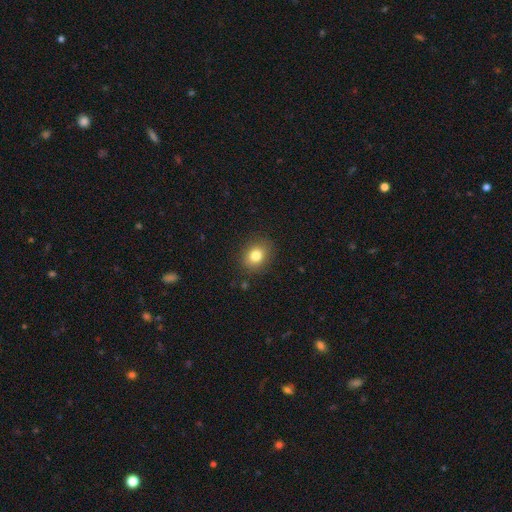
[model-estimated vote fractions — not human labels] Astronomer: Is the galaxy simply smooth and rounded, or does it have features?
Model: smooth — 81%.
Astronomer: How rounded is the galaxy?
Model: round — 53% (runner-up: in between, 46%).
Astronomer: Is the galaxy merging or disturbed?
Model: none — 88%.